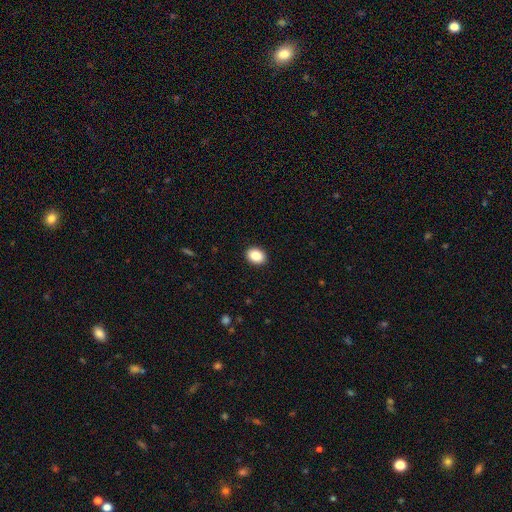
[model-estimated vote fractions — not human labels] Smooth or featured?
  - smooth: 87% *
  - star or artifact: 8%
  - featured or disk: 5%
How rounded?
  - in between: 66% *
  - round: 34%
  - cigar-shaped: 1%
Merging?
  - none: 91% *
  - minor disturbance: 6%
  - major disturbance: 2%
  - merger: 1%